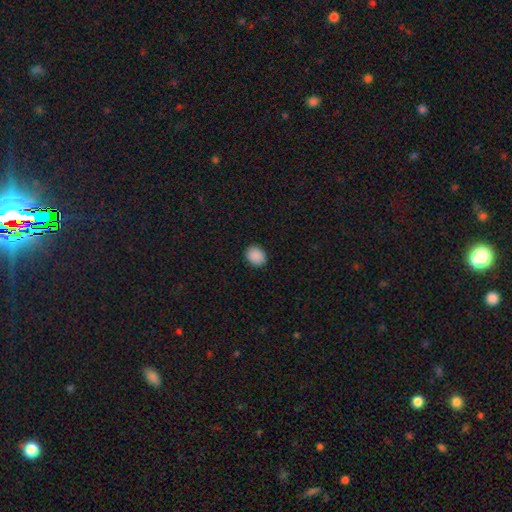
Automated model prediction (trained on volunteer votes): smooth 90%, star or artifact 8%, featured or disk 2%. Down the decision tree: how rounded — round (55%); merging — none (90%).